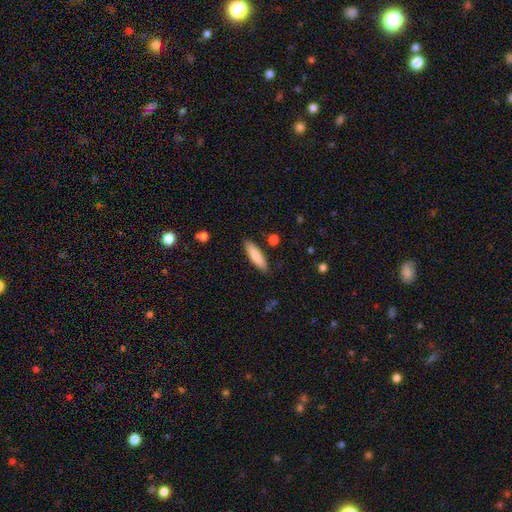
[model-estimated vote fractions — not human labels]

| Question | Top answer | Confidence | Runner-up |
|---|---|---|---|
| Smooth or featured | smooth | 83% | featured or disk (11%) |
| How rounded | cigar-shaped | 63% | in between (36%) |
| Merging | none | 86% | minor disturbance (9%) |